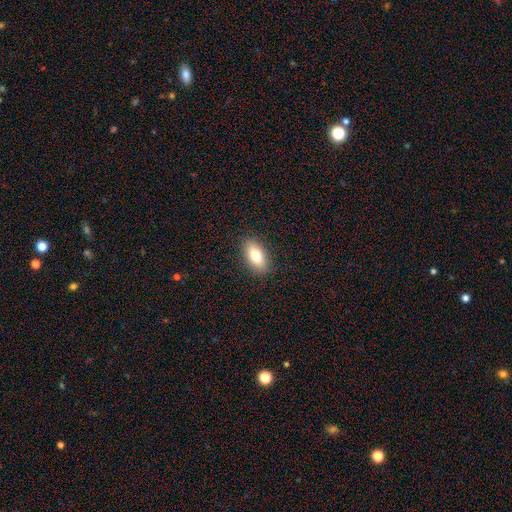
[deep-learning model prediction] smooth-or-featured: smooth: 79% | featured or disk: 13% | star or artifact: 7%
  how-rounded: in between: 88% | cigar-shaped: 8% | round: 4%
  merging: none: 87% | minor disturbance: 10% | major disturbance: 2% | merger: 1%